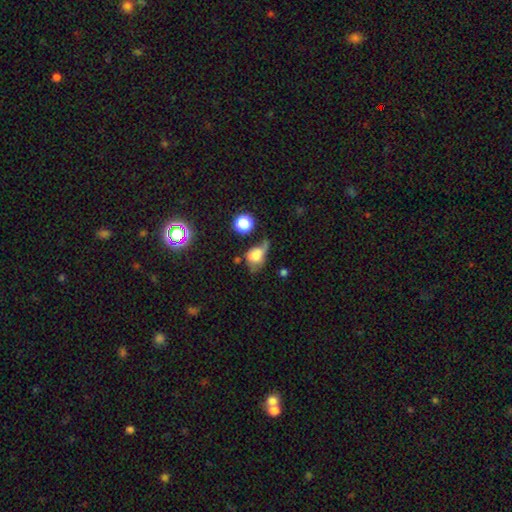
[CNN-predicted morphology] This is likely a smooth galaxy (63%). How rounded: possibly in between (59%). Merging: marginally major disturbance (34%).